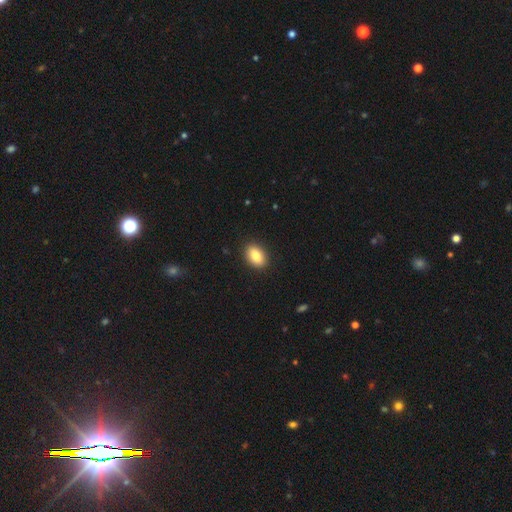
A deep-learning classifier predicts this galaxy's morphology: Smooth or featured?
  - smooth: 86% *
  - star or artifact: 8%
  - featured or disk: 7%
How rounded?
  - in between: 87% *
  - round: 11%
  - cigar-shaped: 2%
Merging?
  - none: 90% *
  - minor disturbance: 7%
  - major disturbance: 2%
  - merger: 1%